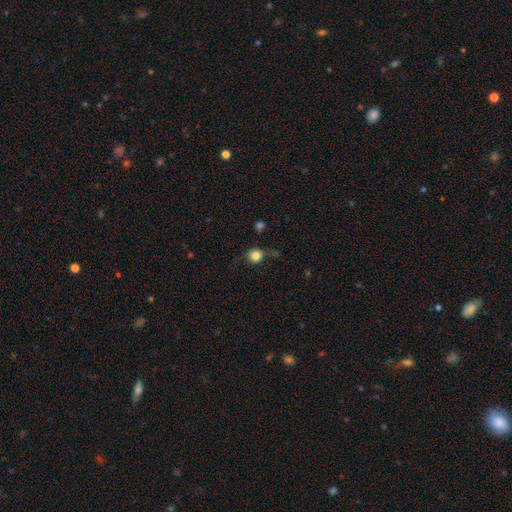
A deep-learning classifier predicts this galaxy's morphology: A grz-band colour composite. It shows a smooth galaxy with no disk features (81%) that is round (87%). Merging: none (69%).